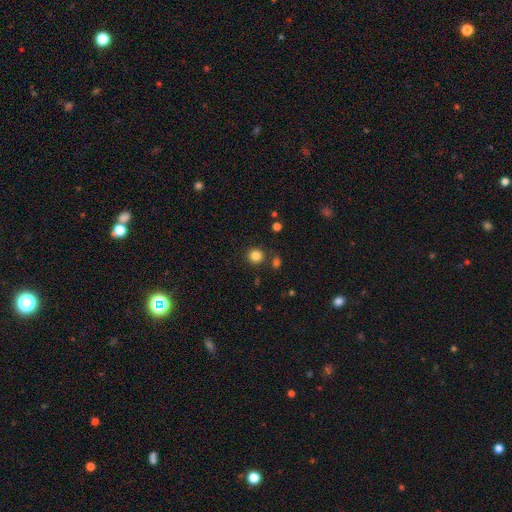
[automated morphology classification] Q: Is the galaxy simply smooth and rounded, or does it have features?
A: smooth — 83%.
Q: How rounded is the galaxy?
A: round — 93%.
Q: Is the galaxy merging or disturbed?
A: none — 86%.